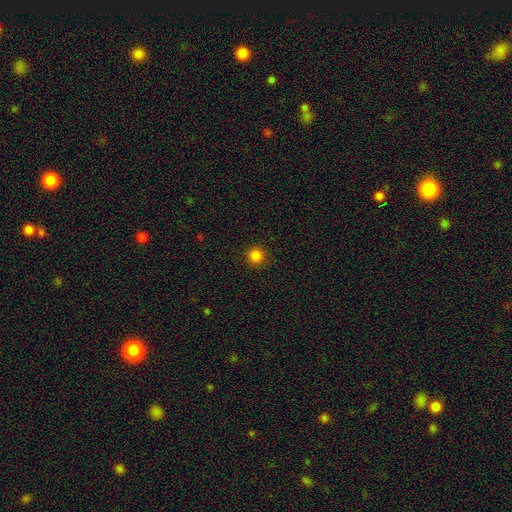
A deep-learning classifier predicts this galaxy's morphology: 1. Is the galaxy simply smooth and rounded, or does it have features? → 83% smooth, 14% star or artifact, 3% featured or disk.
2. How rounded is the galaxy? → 95% round, 5% in between, 1% cigar-shaped.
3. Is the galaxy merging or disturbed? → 92% none, 5% minor disturbance, 2% major disturbance, 1% merger.